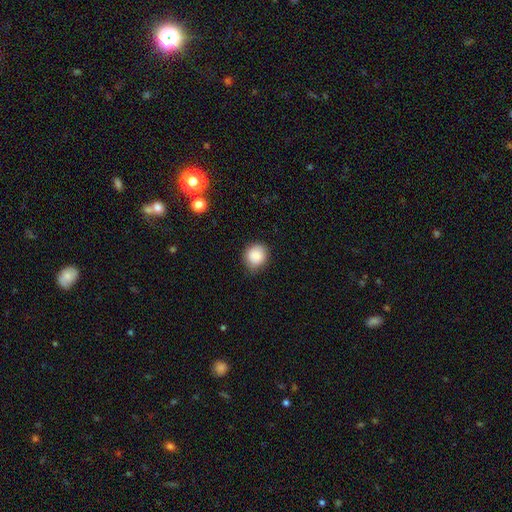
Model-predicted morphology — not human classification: smooth_or_featured: smooth (p=0.87) [alt: star or artifact p=0.08]
how_rounded: round (p=0.81) [alt: in between p=0.18]
merging: none (p=0.78) [alt: minor disturbance p=0.17]